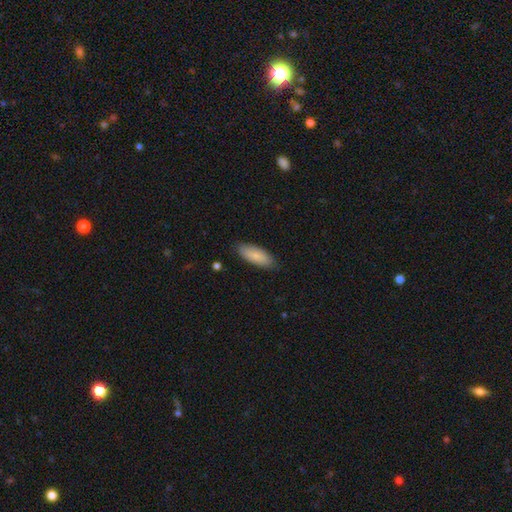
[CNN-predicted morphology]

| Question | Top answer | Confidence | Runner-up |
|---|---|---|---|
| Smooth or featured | smooth | 82% | featured or disk (13%) |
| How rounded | in between | 77% | cigar-shaped (21%) |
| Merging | none | 84% | minor disturbance (13%) |